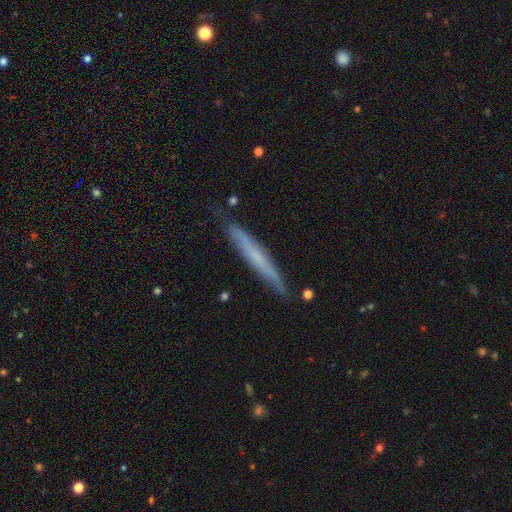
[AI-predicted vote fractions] Q: Smooth or featured?
A: smooth (51%); runner-up: featured or disk (43%)
Q: How rounded?
A: cigar-shaped (96%); runner-up: in between (3%)
Q: Merging?
A: none (84%); runner-up: minor disturbance (12%)